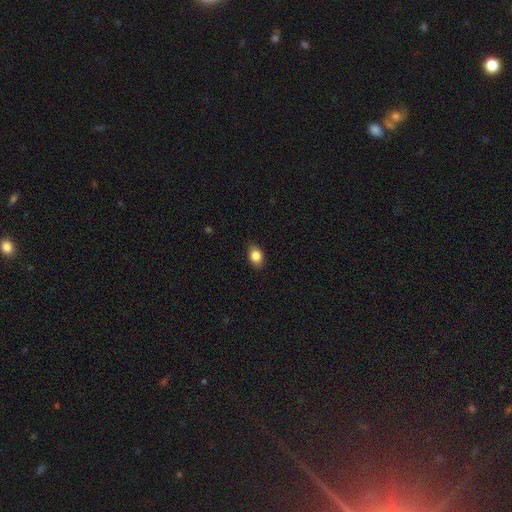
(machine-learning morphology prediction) smooth-or-featured: smooth: 85% | star or artifact: 9% | featured or disk: 6%
  how-rounded: in between: 71% | round: 27% | cigar-shaped: 1%
  merging: none: 84% | minor disturbance: 12% | major disturbance: 2% | merger: 1%